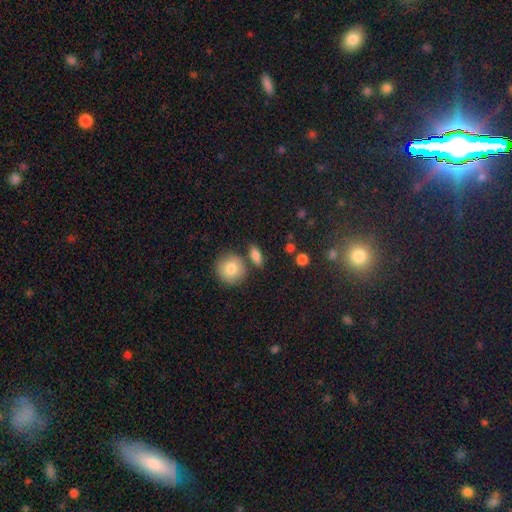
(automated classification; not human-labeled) Smooth or featured? smooth (82%)
How rounded? in between (63%)
Merging? none (73%)